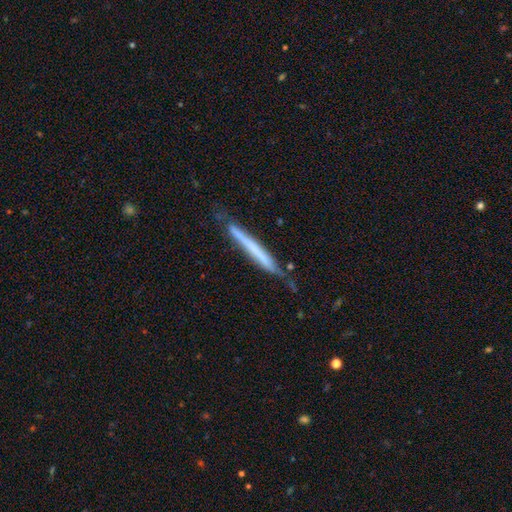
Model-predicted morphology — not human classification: featured or disk 40%, smooth 34%, star or artifact 26%. Down the decision tree: merging — none (77%).